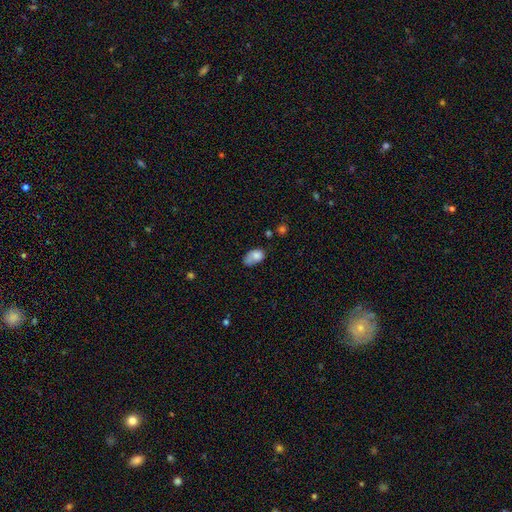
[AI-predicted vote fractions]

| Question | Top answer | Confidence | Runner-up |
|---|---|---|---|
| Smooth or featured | smooth | 78% | featured or disk (13%) |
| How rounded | in between | 88% | round (10%) |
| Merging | none | 37% | tied: minor disturbance (37%) |